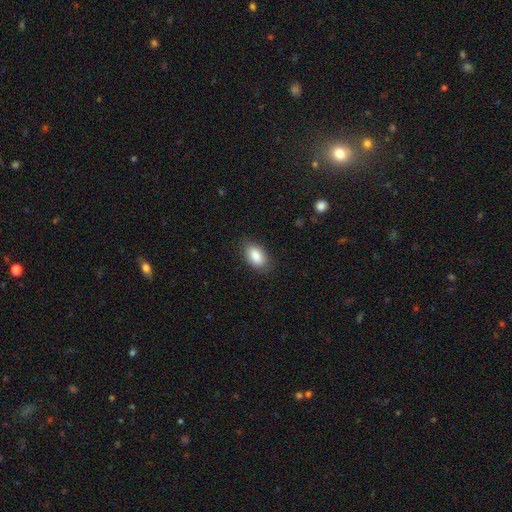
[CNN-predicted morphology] This is clearly a smooth galaxy (85%). How rounded: clearly in between (91%). Merging: clearly none (84%).